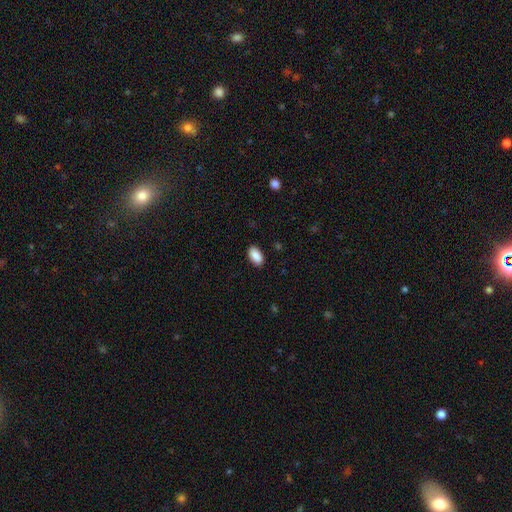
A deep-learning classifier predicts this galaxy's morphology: This appears to be a smooth galaxy with no disk features (90%) that is in between round and cigar-shaped (94%). Merging: none (88%).